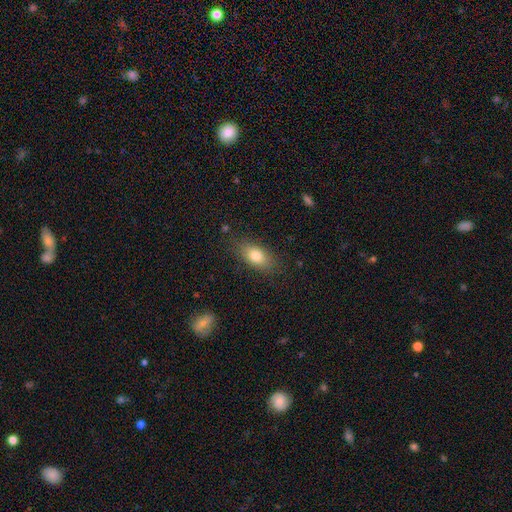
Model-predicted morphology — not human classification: Q: Smooth or featured?
A: smooth (80%); runner-up: featured or disk (12%)
Q: How rounded?
A: in between (85%); runner-up: round (8%)
Q: Merging?
A: none (83%); runner-up: minor disturbance (12%)